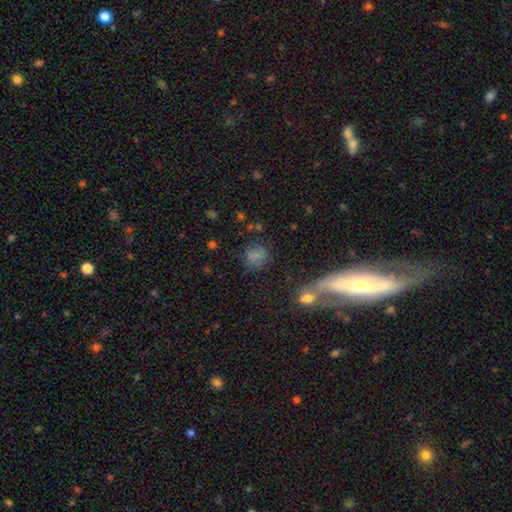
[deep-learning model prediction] This is likely a smooth galaxy (71%). How rounded: likely round (77%). Merging: likely none (67%).